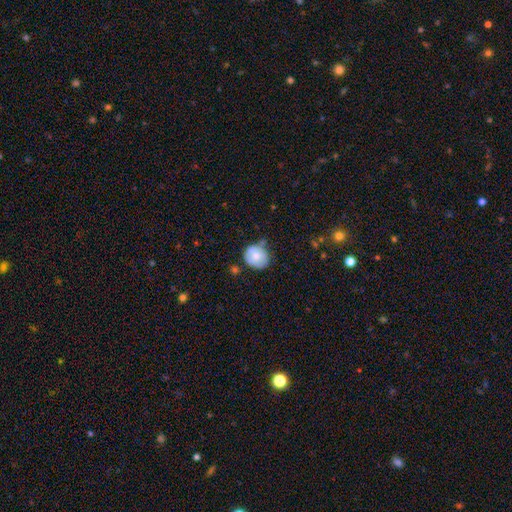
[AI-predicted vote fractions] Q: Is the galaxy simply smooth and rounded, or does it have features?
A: smooth — 75%.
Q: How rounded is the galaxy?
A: round — 75%.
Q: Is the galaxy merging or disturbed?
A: none — 60%.